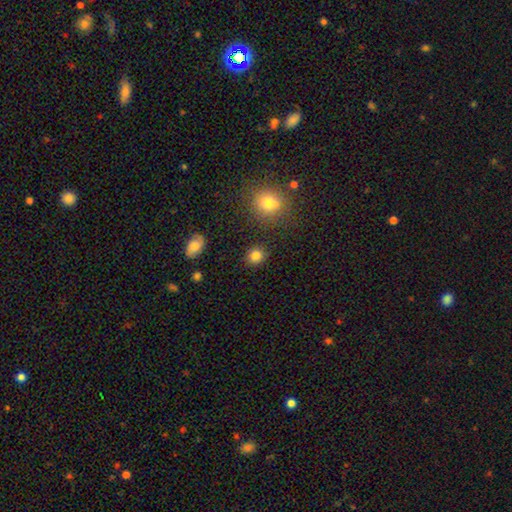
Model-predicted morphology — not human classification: This is clearly a smooth galaxy (83%). How rounded: clearly round (81%). Merging: clearly none (88%).